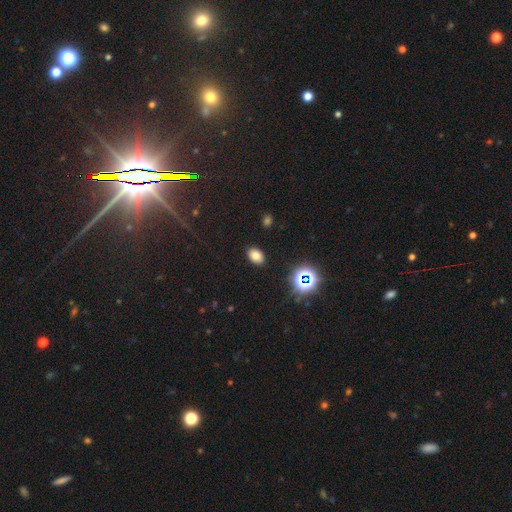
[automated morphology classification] A smooth galaxy with no disk features (76%) that is in between round and cigar-shaped (82%). Merging: none (88%).